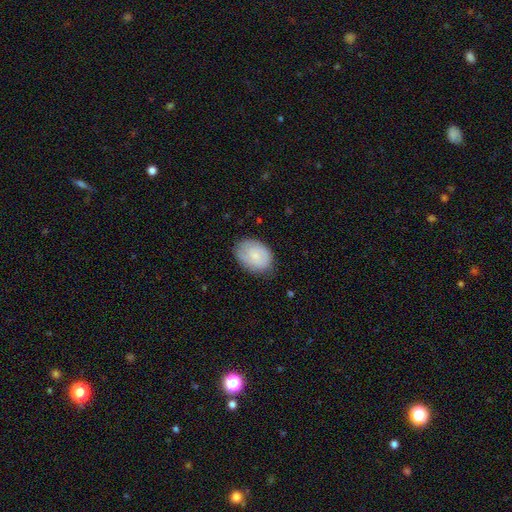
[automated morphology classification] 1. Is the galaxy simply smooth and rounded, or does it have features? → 70% smooth, 23% featured or disk, 6% star or artifact.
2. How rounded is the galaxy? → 75% in between, 24% round, 1% cigar-shaped.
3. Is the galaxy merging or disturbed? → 75% none, 19% minor disturbance, 4% major disturbance, 1% merger.